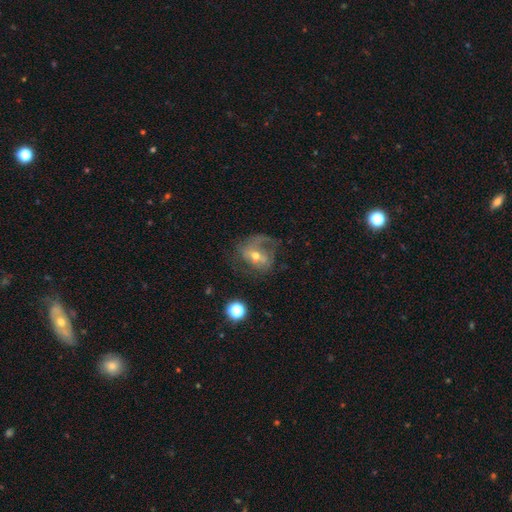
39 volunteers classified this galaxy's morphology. A featured or disk galaxy (77%) with a weak bar (43%), 2 (48%) medium (52%) spiral arms (70%) and a moderate central bulge (70%). Merging: major disturbance (35%).